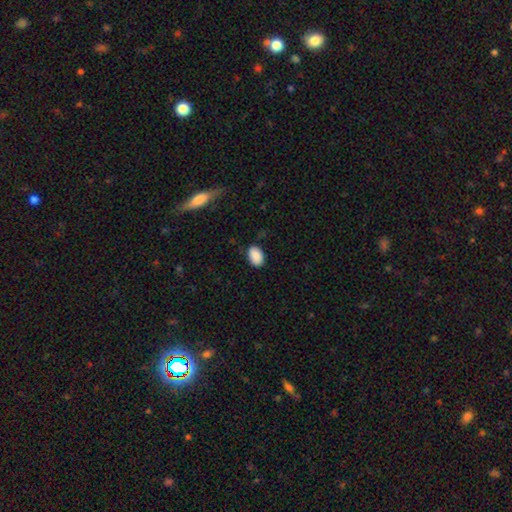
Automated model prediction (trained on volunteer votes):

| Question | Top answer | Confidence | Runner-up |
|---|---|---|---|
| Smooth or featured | smooth | 89% | star or artifact (7%) |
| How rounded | in between | 90% | round (9%) |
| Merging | none | 80% | minor disturbance (16%) |